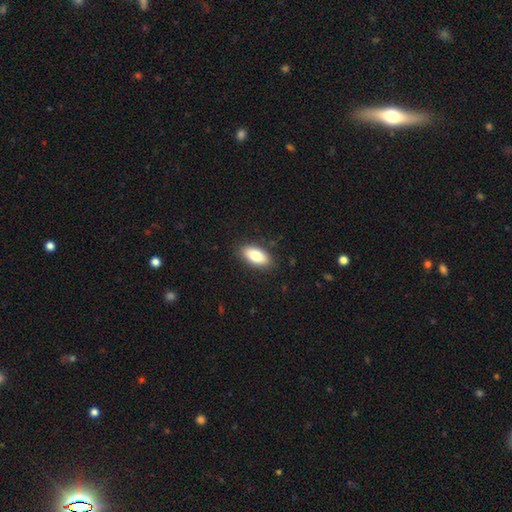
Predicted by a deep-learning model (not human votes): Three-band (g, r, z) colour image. It shows a smooth galaxy with no disk features (80%) that is in between round and cigar-shaped (89%). Merging: none (88%).